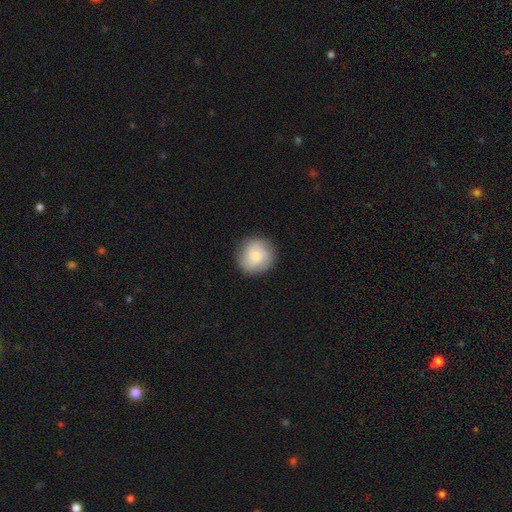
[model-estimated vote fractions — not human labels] Q: Smooth or featured?
A: smooth (73%); runner-up: featured or disk (20%)
Q: How rounded?
A: round (92%); runner-up: in between (7%)
Q: Merging?
A: none (87%); runner-up: minor disturbance (9%)